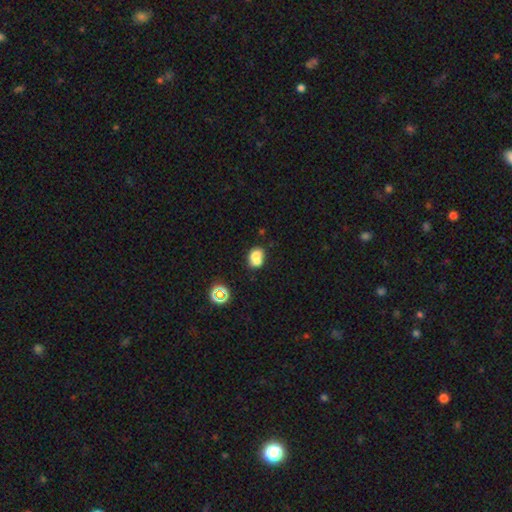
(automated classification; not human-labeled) Morphology: type=smooth (68%); roundness=in between (50%); merging=merger (49%).